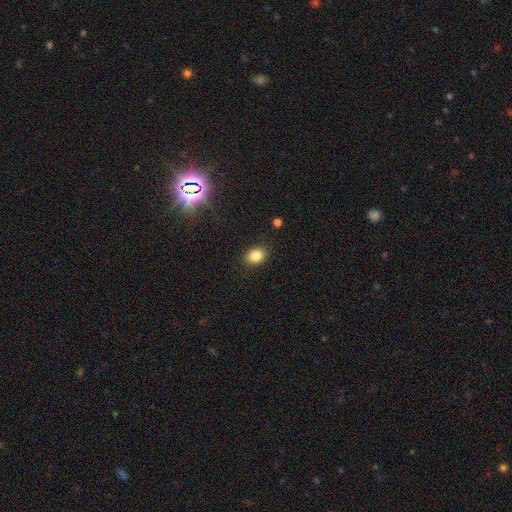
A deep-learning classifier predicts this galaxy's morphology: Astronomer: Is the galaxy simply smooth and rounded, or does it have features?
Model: smooth — 84%.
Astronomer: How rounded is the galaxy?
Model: in between — 57% (runner-up: round, 42%).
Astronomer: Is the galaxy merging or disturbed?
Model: none — 88%.